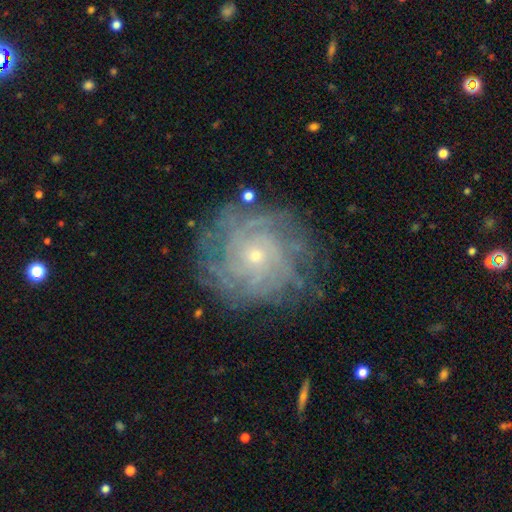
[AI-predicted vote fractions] The model was most divided on "spiral arm count": can't tell: 33%, more than 4: 21%, 4: 21%, 3: 11%, 2: 8%, 1: 6%. More confident: edge-on disk — no (97%); spiral arms — yes (94%); smooth or featured — featured or disk (83%); bar — no (82%); bulge size — small (78%); merging — none (77%); spiral winding — tight (75%).